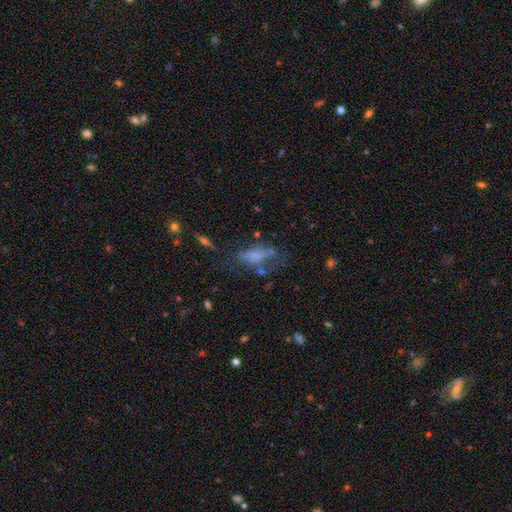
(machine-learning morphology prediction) smooth-or-featured: smooth: 54% | featured or disk: 30% | star or artifact: 16%
  how-rounded: in between: 66% | cigar-shaped: 29% | round: 5%
  merging: none: 39% | major disturbance: 28% | minor disturbance: 24% | merger: 10%